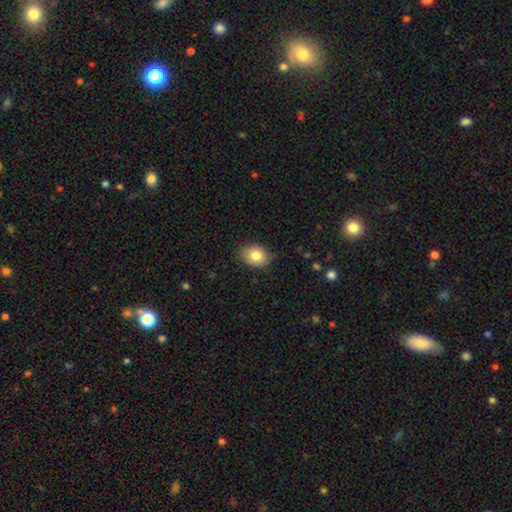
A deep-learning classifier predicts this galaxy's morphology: smooth-or-featured: smooth: 82% | featured or disk: 9% | star or artifact: 8%
  how-rounded: in between: 59% | round: 40% | cigar-shaped: 1%
  merging: none: 80% | minor disturbance: 16% | major disturbance: 3% | merger: 1%